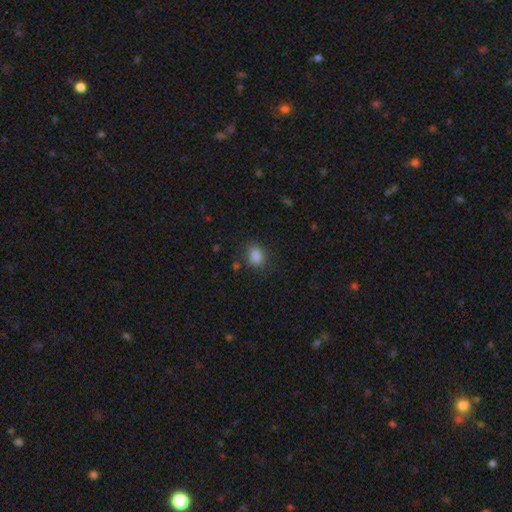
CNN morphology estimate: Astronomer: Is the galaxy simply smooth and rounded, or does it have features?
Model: smooth — 85%.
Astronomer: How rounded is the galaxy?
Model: in between — 59% (runner-up: round, 40%).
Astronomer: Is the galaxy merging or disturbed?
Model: none — 76%.